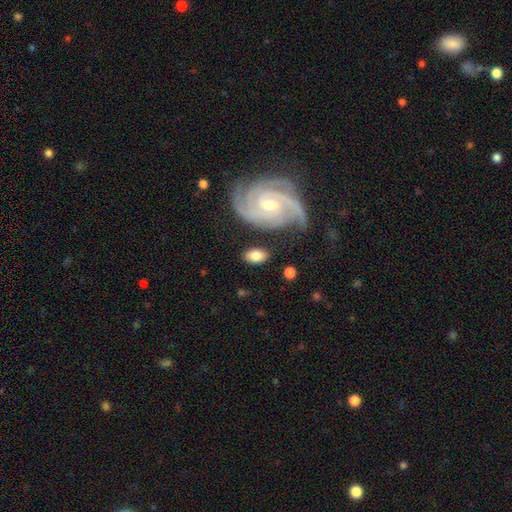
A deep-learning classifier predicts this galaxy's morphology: Smooth or featured: smooth — 68% (featured or disk — 26%)
How rounded: in between — 90% (round — 8%)
Merging: none — 76% (minor disturbance — 13%)